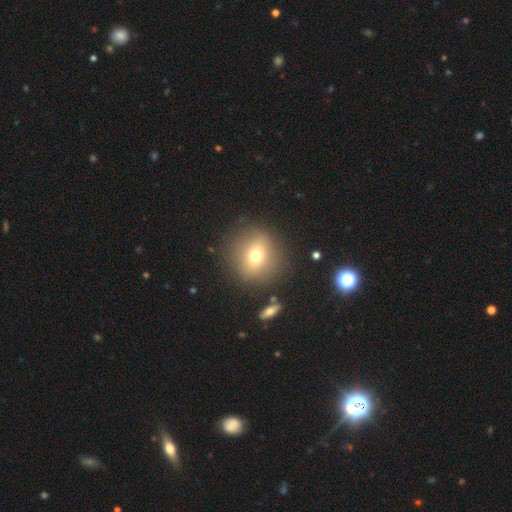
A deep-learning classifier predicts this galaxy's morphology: This appears to be a smooth galaxy with no disk features (66%) that is round (85%). Merging: none (84%).